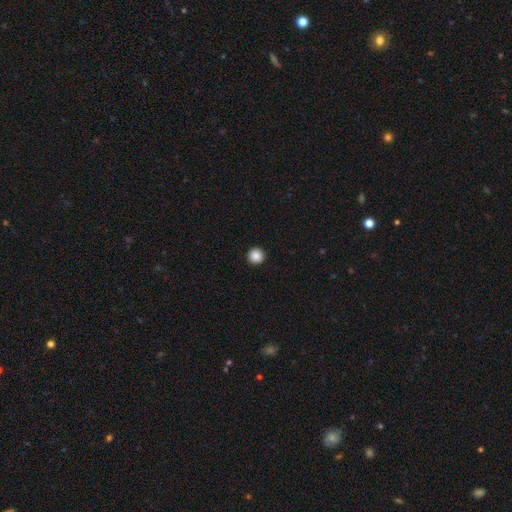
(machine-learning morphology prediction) Overall: smooth (87%). How rounded: round (96%). Merging: none (94%).